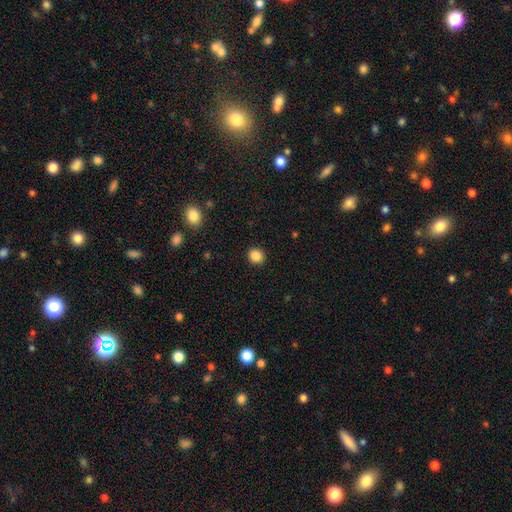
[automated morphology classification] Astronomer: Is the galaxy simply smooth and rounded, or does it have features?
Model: smooth — 86%.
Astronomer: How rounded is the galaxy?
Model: round — 85%.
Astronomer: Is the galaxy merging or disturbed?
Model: none — 91%.